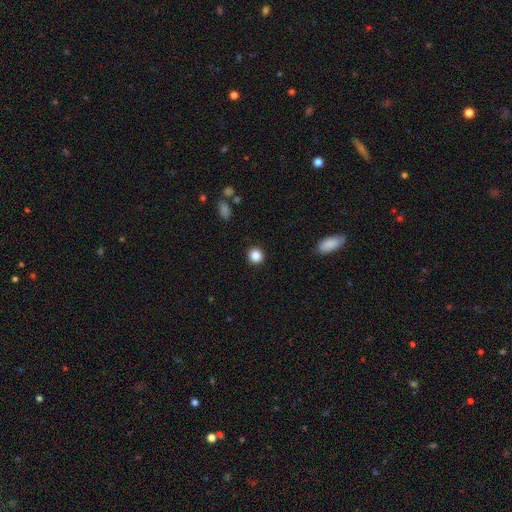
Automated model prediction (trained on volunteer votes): Smooth or featured: smooth — 86% (star or artifact — 10%)
How rounded: round — 90% (in between — 9%)
Merging: none — 92% (minor disturbance — 5%)